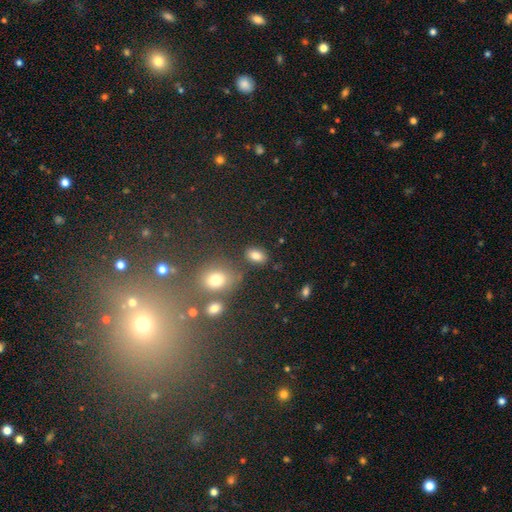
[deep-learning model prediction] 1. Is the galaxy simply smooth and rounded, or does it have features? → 82% smooth, 11% star or artifact, 7% featured or disk.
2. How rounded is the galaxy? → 83% in between, 15% round, 2% cigar-shaped.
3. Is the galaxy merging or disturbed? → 79% none, 11% minor disturbance, 6% merger, 4% major disturbance.